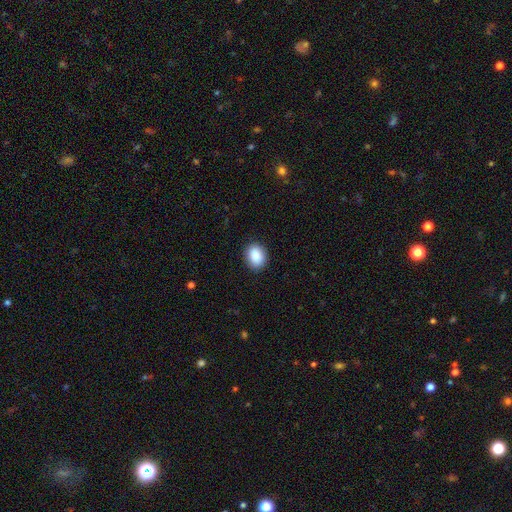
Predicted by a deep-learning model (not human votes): smooth_or_featured: smooth (p=0.90) [alt: star or artifact p=0.07]
how_rounded: in between (p=0.61) [alt: round p=0.38]
merging: none (p=0.89) [alt: minor disturbance p=0.08]